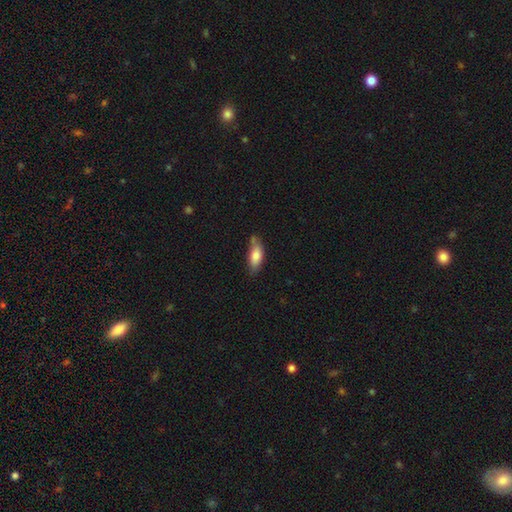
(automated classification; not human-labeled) smooth_or_featured: smooth (p=0.79) [alt: featured or disk p=0.14]
how_rounded: in between (p=0.75) [alt: cigar-shaped p=0.22]
merging: none (p=0.59) [alt: minor disturbance p=0.27]